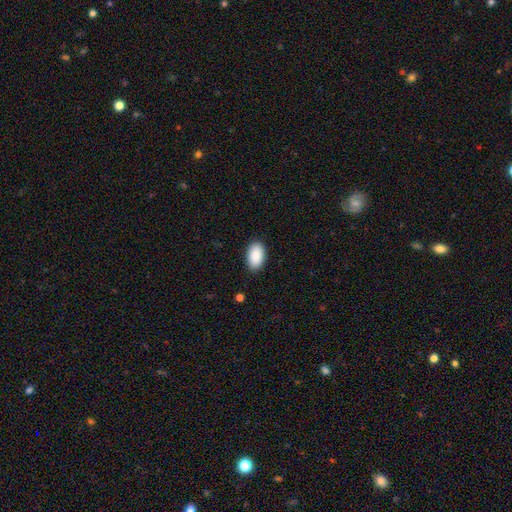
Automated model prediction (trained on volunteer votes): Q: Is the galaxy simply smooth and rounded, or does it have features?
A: smooth — 90%.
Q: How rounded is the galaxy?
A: in between — 95%.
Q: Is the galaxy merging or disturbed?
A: none — 89%.